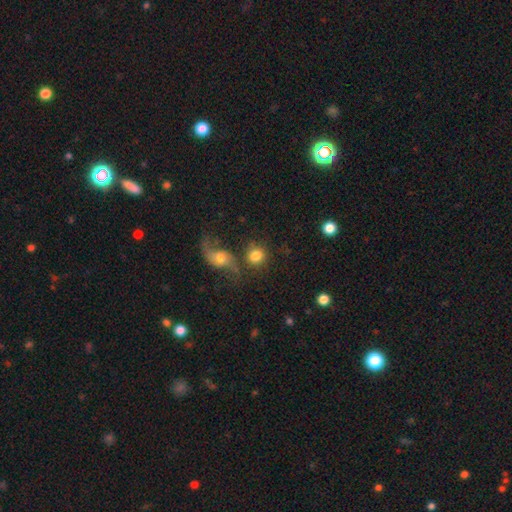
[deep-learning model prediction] Q: Smooth or featured?
A: smooth (79%); runner-up: featured or disk (13%)
Q: How rounded?
A: round (85%); runner-up: in between (13%)
Q: Merging?
A: none (57%); runner-up: merger (23%)